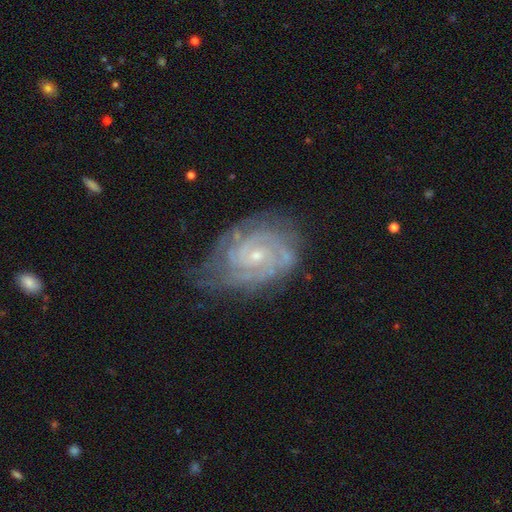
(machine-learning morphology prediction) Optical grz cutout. It shows a featured or disk galaxy (89%) with no bar (66%), 2 (40%) tight (75%) spiral arms (98%) and a small central bulge (76%). Merging: none (65%).